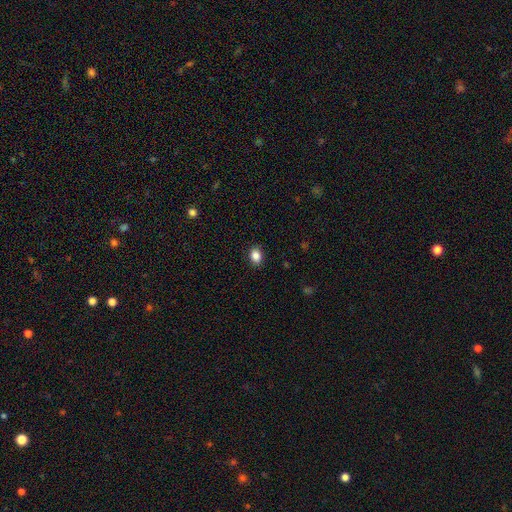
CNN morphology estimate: type=smooth (87%); roundness=in between (66%); merging=none (89%).